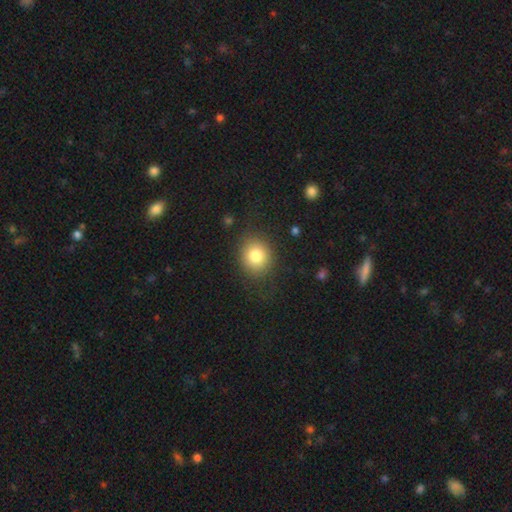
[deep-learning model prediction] Smooth or featured: smooth — 82% (star or artifact — 9%)
How rounded: round — 73% (in between — 26%)
Merging: none — 83% (minor disturbance — 11%)